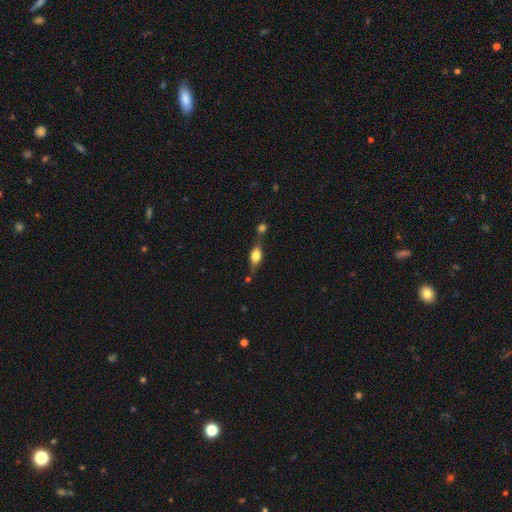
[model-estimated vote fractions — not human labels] Smooth or featured? smooth (63%)
How rounded? in between (76%)
Merging? none (52%)